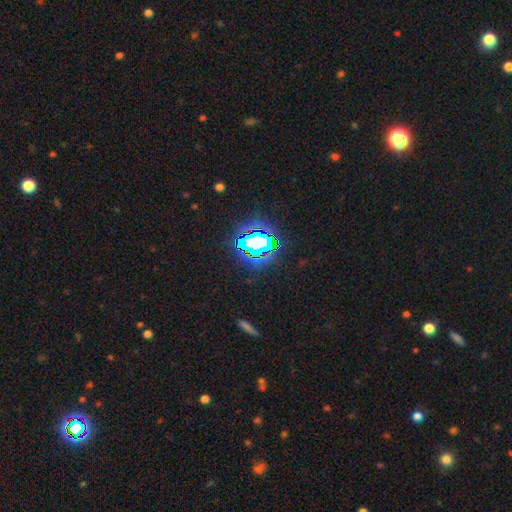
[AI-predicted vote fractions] This is likely a star or artifact rather than a galaxy (74%).